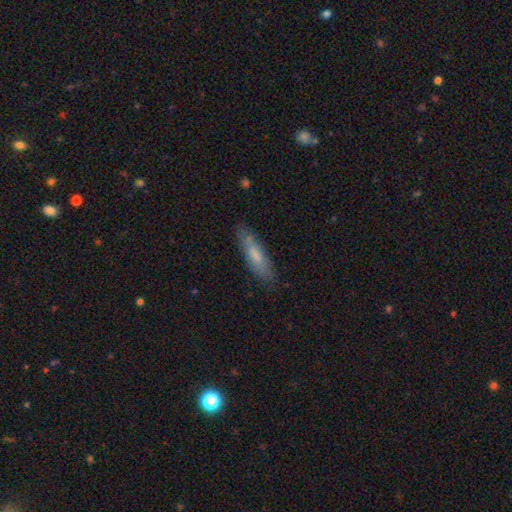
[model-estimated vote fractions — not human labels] A smooth galaxy with no disk features (68%) that is cigar-shaped (65%). Merging: none (79%).